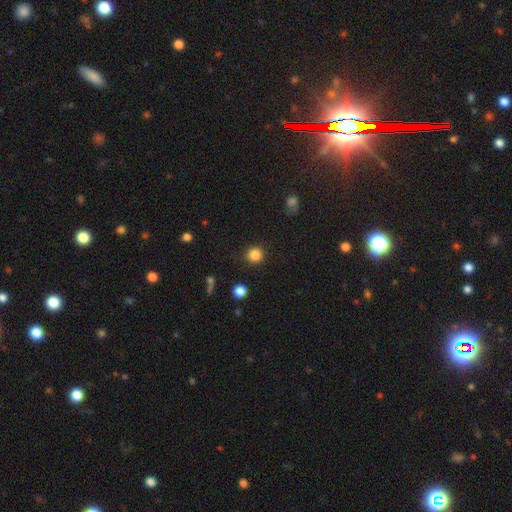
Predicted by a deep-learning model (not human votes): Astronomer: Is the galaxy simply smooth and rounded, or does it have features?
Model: smooth — 85%.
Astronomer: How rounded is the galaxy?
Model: round — 93%.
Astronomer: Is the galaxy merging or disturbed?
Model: none — 90%.